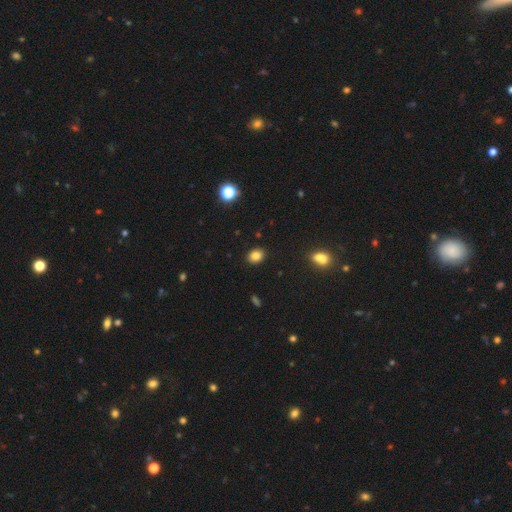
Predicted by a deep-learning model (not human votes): The model was most divided on "how rounded": in between: 53%, round: 46%, cigar-shaped: 1%. More confident: merging — none (90%); smooth or featured — smooth (84%).